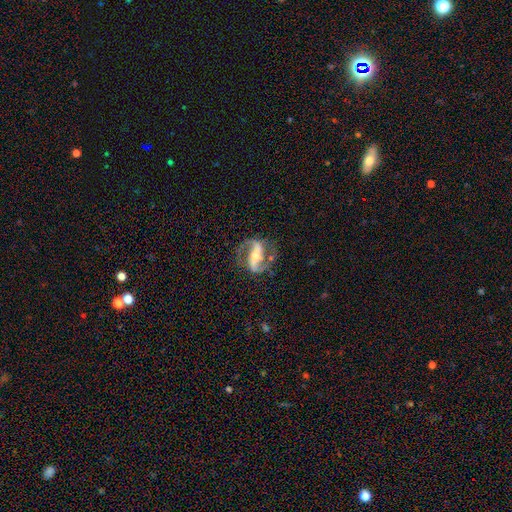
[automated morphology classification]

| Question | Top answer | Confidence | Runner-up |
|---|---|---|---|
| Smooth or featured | featured or disk | 90% | smooth (6%) |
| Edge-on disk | no | 96% | yes (4%) |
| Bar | strong | 62% | weak (22%) |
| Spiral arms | yes | 96% | no (4%) |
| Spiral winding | medium | 46% | loose (39%) |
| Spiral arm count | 2 | 93% | 1 (2%) |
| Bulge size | moderate | 49% | small (44%) |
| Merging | none | 77% | minor disturbance (13%) |